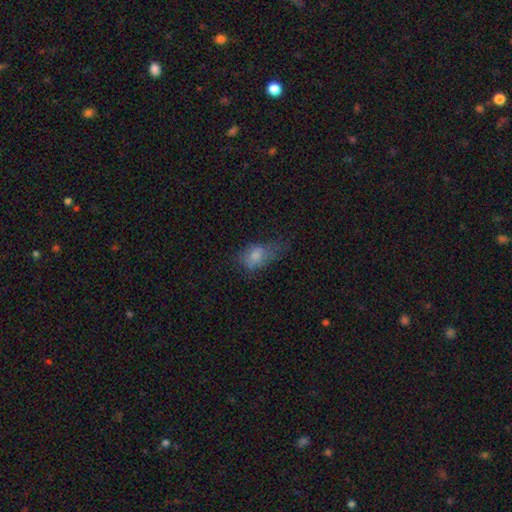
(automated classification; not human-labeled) Smooth or featured?
  - smooth: 71% *
  - featured or disk: 17%
  - star or artifact: 12%
How rounded?
  - in between: 80% *
  - round: 16%
  - cigar-shaped: 4%
Merging?
  - none: 34% *
  - minor disturbance: 32%
  - major disturbance: 31%
  - merger: 3%